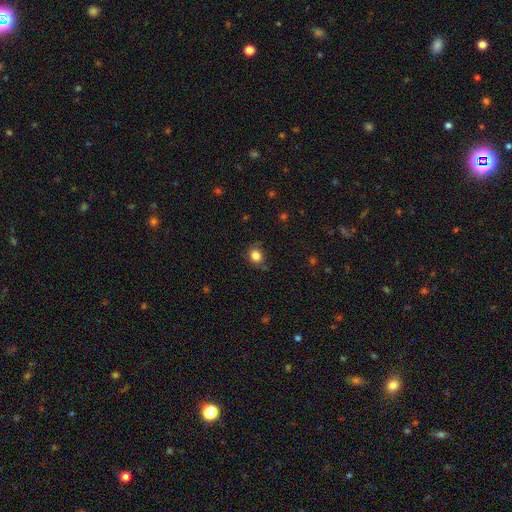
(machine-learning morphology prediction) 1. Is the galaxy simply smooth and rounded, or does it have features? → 84% smooth, 11% star or artifact, 5% featured or disk.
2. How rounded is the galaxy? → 73% round, 26% in between, 1% cigar-shaped.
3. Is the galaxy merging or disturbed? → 80% none, 15% minor disturbance, 3% major disturbance, 2% merger.